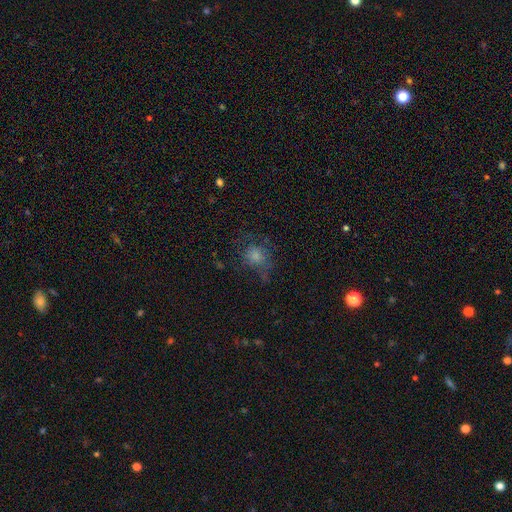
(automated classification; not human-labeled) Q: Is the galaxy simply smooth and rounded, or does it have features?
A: smooth — 64%.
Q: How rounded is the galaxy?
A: round — 64%.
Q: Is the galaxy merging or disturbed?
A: none — 49%.